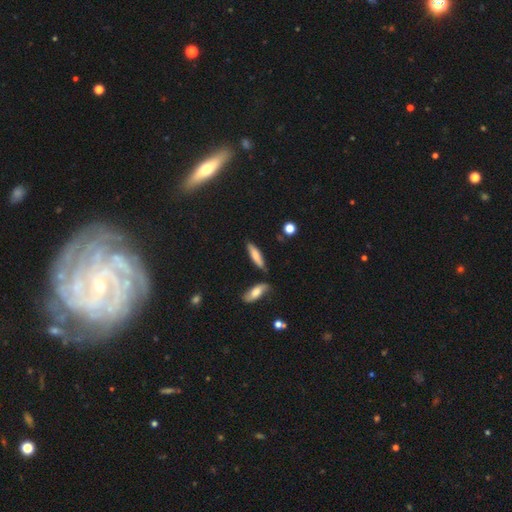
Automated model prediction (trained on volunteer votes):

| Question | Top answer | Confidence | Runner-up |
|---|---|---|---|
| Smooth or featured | smooth | 67% | featured or disk (25%) |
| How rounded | cigar-shaped | 73% | in between (24%) |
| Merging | none | 76% | minor disturbance (14%) |